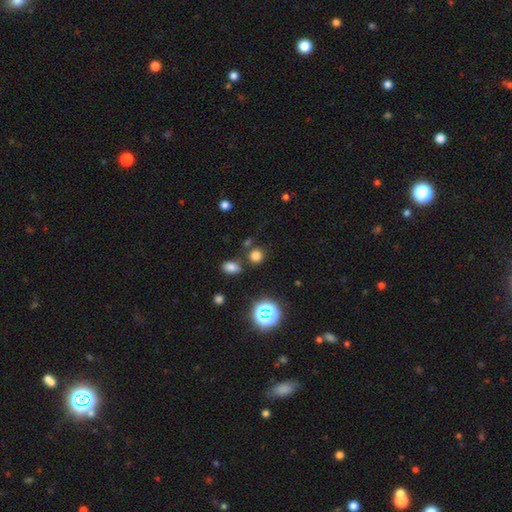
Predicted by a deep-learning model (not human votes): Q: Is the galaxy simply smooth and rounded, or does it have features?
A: smooth — 73%.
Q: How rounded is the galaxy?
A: round — 85%.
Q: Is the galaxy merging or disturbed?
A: none — 78%.